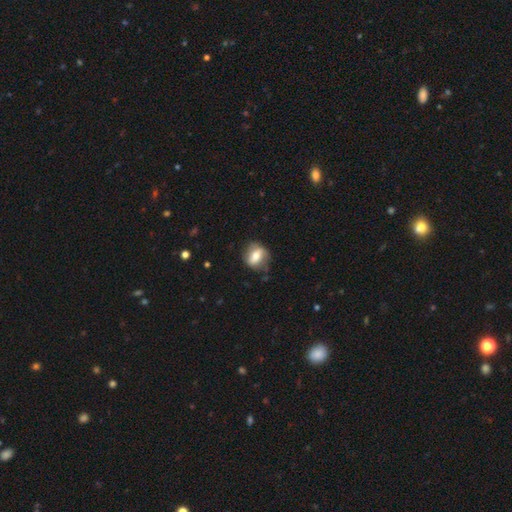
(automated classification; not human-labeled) Smooth or featured?
  - smooth: 53% *
  - featured or disk: 39%
  - star or artifact: 8%
How rounded?
  - round: 55% *
  - in between: 42%
  - cigar-shaped: 3%
Merging?
  - none: 72% *
  - minor disturbance: 20%
  - major disturbance: 7%
  - merger: 2%